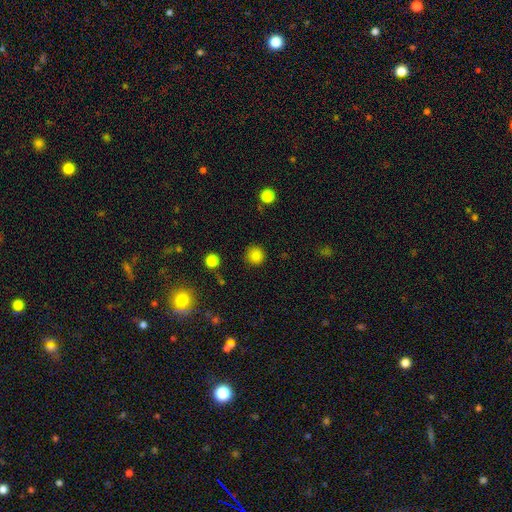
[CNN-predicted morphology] smooth_or_featured: smooth (p=0.84) [alt: star or artifact p=0.12]
how_rounded: round (p=0.94) [alt: in between p=0.05]
merging: none (p=0.89) [alt: minor disturbance p=0.07]